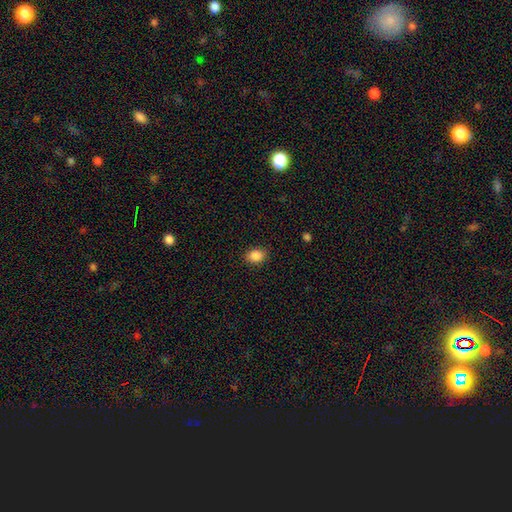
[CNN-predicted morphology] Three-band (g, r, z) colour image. It shows a smooth galaxy with no disk features (87%) that is in between round and cigar-shaped (59%). Merging: none (88%).